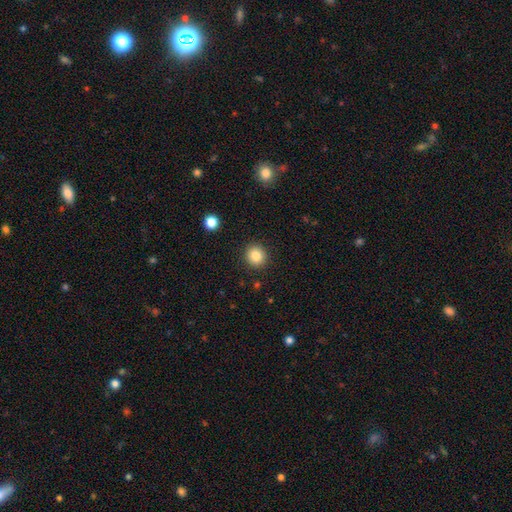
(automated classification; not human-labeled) Overall: smooth (84%). How rounded: round (91%). Merging: none (91%).